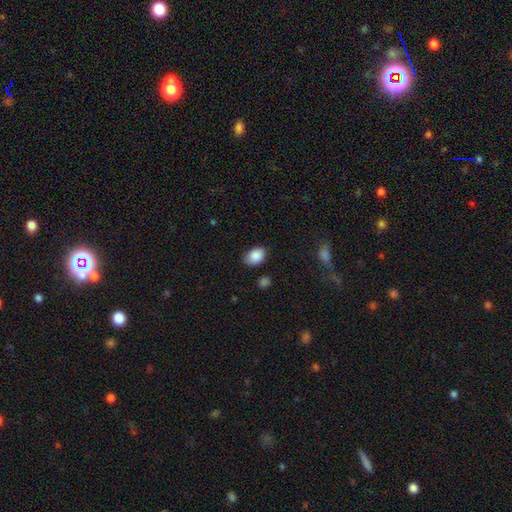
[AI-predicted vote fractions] Overall: smooth (88%). How rounded: in between (80%). Merging: none (76%).